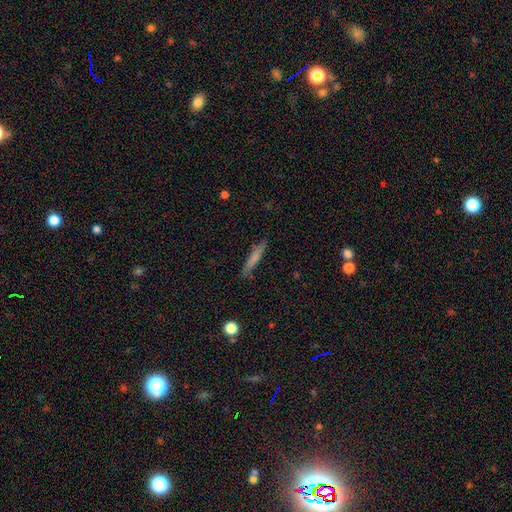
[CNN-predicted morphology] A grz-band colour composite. It shows a smooth galaxy with no disk features (67%) that is cigar-shaped (91%). Merging: none (83%).